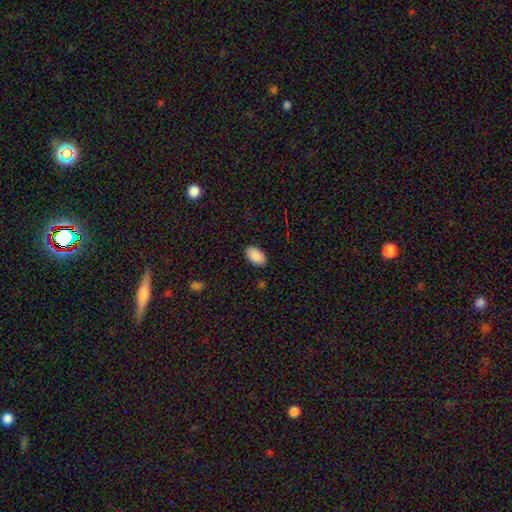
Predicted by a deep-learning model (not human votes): Smooth or featured: smooth — 90% (star or artifact — 8%)
How rounded: in between — 94% (round — 5%)
Merging: none — 88% (minor disturbance — 9%)